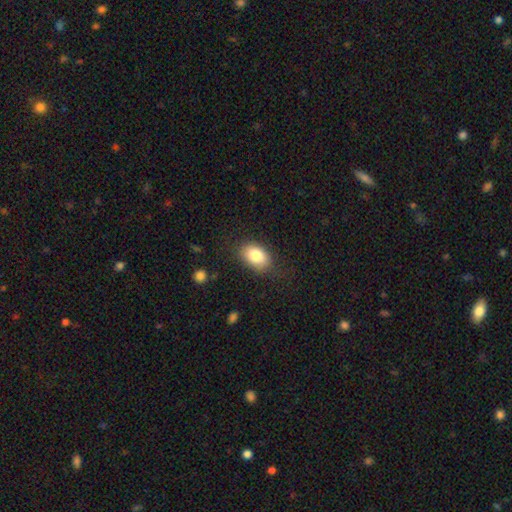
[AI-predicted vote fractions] A smooth galaxy with no disk features (83%) that is in between round and cigar-shaped (85%).

Vote fractions:
- Smooth or featured? smooth: 83% / featured or disk: 10% / star or artifact: 8%
- How rounded? in between: 85% / round: 14% / cigar-shaped: 1%
- Merging? none: 79% / minor disturbance: 15% / major disturbance: 5% / merger: 1%